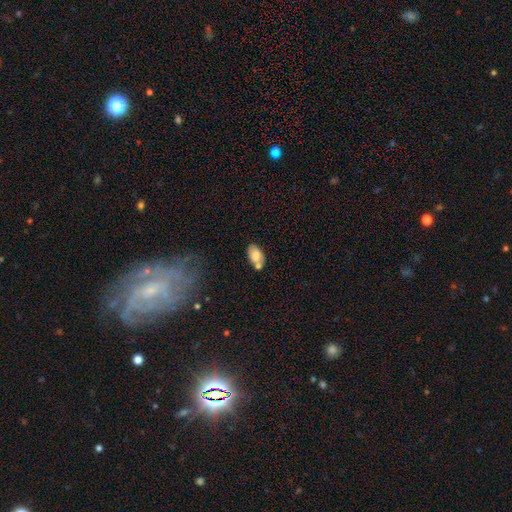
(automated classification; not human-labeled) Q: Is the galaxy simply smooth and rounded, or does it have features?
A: smooth — 76%.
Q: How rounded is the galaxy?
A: in between — 91%.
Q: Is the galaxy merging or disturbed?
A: none — 49%.